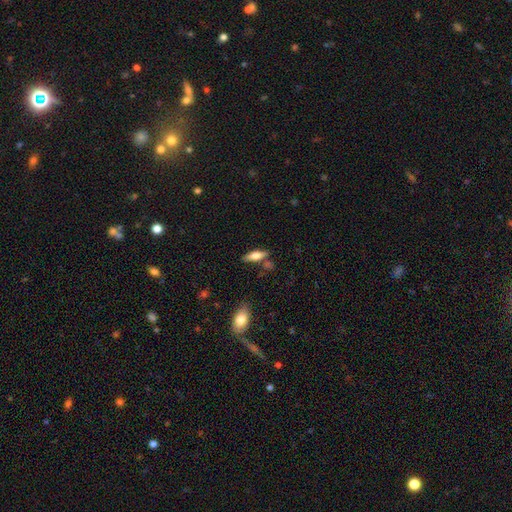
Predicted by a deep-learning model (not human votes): Smooth or featured?
  - smooth: 53% *
  - featured or disk: 40%
  - star or artifact: 7%
How rounded?
  - in between: 53% *
  - cigar-shaped: 44%
  - round: 3%
Merging?
  - none: 74% *
  - minor disturbance: 14%
  - merger: 8%
  - major disturbance: 4%